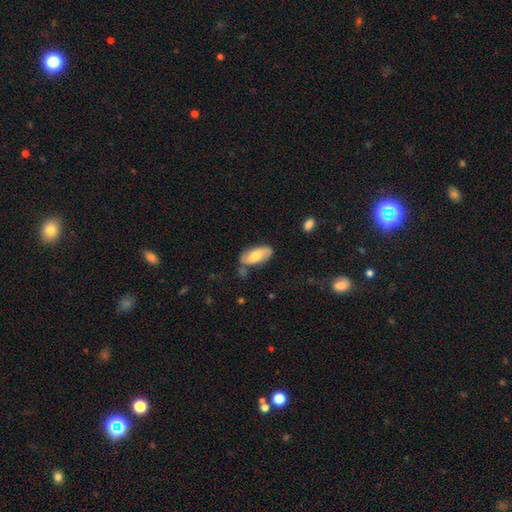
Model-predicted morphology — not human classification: Smooth or featured? Predicted: smooth (p=0.57). How rounded? Predicted: in between (p=0.89). Merging? Predicted: none (p=0.71).